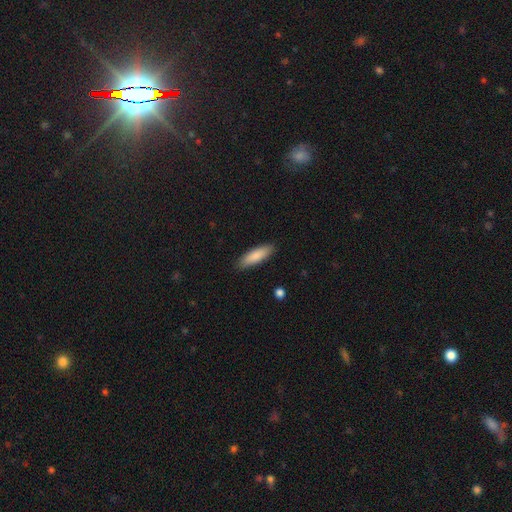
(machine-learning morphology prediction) Smooth or featured?
  - smooth: 85% *
  - featured or disk: 9%
  - star or artifact: 6%
How rounded?
  - cigar-shaped: 55% *
  - in between: 43%
  - round: 1%
Merging?
  - none: 87% *
  - minor disturbance: 10%
  - major disturbance: 2%
  - merger: 1%